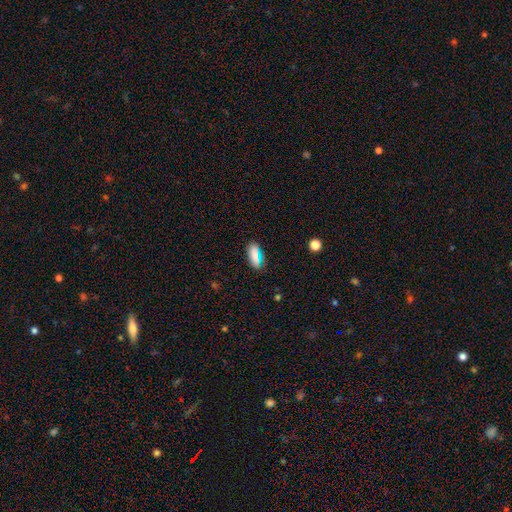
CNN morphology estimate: Smooth or featured?
  - smooth: 78% *
  - star or artifact: 12%
  - featured or disk: 11%
How rounded?
  - in between: 68% *
  - cigar-shaped: 28%
  - round: 4%
Merging?
  - none: 77% *
  - minor disturbance: 16%
  - major disturbance: 4%
  - merger: 3%